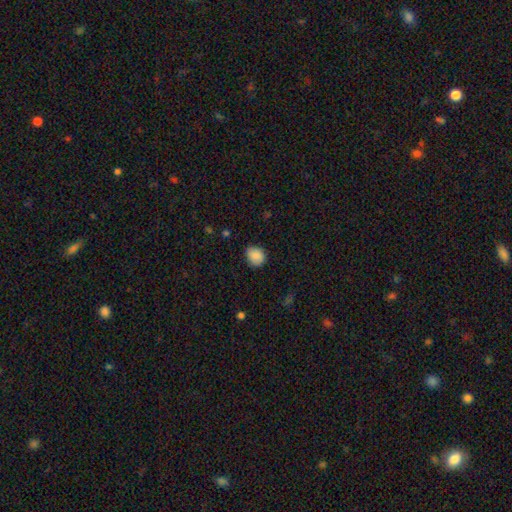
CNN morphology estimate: Q: Smooth or featured?
A: smooth (87%); runner-up: star or artifact (8%)
Q: How rounded?
A: round (62%); runner-up: in between (37%)
Q: Merging?
A: none (74%); runner-up: minor disturbance (21%)